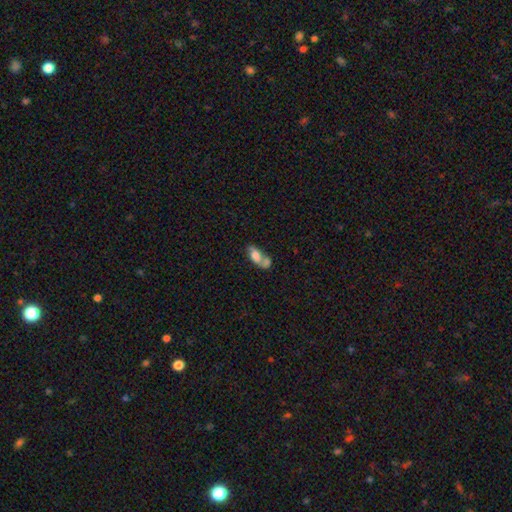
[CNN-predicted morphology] type=smooth (59%); roundness=in between (82%); merging=merger (56%).